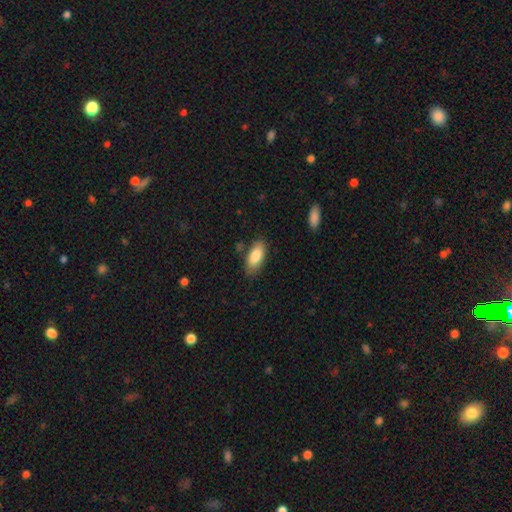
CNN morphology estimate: The model was most divided on "merging": none: 77%, minor disturbance: 16%, major disturbance: 4%, merger: 3%. More confident: how rounded — in between (86%); smooth or featured — smooth (84%).